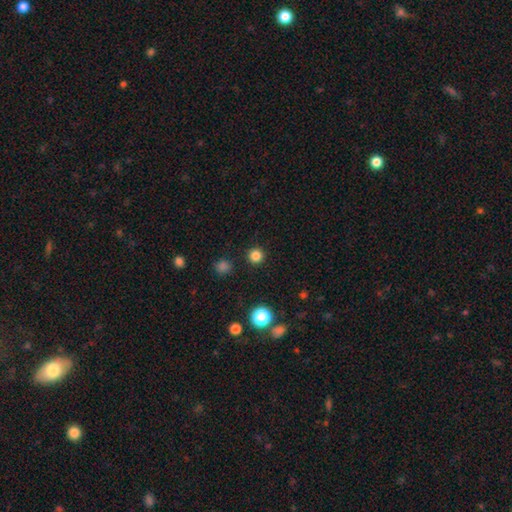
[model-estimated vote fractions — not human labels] Q: Smooth or featured?
A: smooth (82%); runner-up: star or artifact (15%)
Q: How rounded?
A: round (96%); runner-up: in between (3%)
Q: Merging?
A: none (92%); runner-up: minor disturbance (5%)